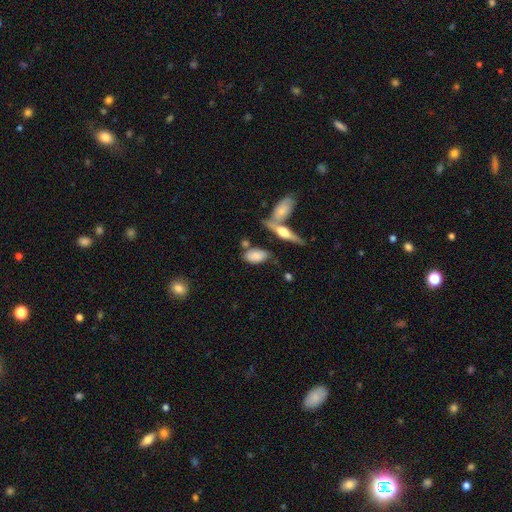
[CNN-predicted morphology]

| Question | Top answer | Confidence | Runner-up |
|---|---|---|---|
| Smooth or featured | smooth | 76% | featured or disk (17%) |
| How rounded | in between | 87% | cigar-shaped (10%) |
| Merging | none | 59% | minor disturbance (18%) |